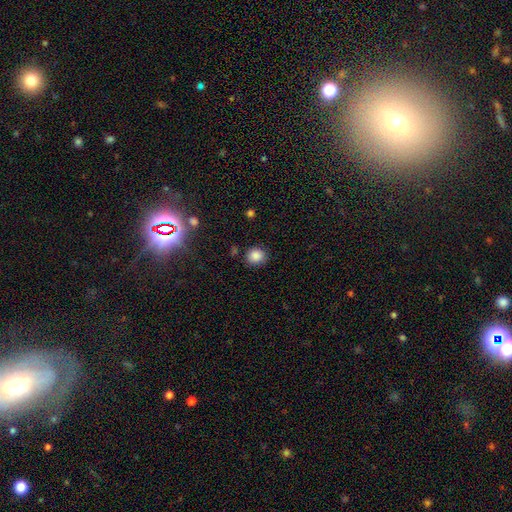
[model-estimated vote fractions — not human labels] Overall: smooth (85%). How rounded: round (80%). Merging: none (84%).